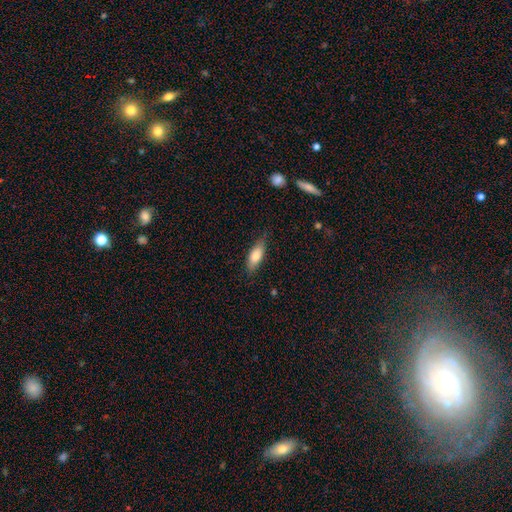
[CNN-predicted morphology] smooth 79%, featured or disk 15%, star or artifact 6%. Down the decision tree: how rounded — in between (70%); merging — none (77%).